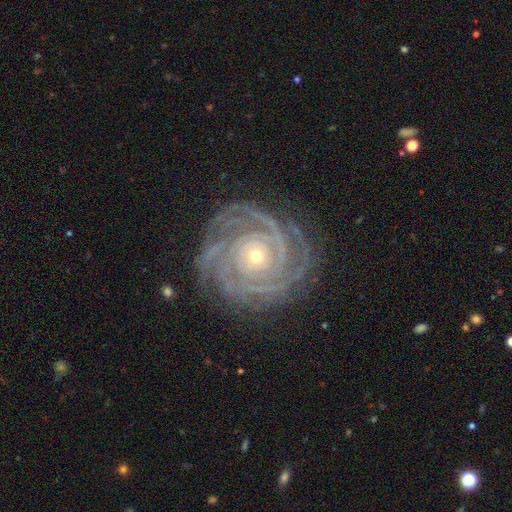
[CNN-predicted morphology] Smooth or featured: featured or disk — 91% (star or artifact — 6%)
Edge-on disk: no — 97% (yes — 3%)
Bar: no — 77% (weak — 14%)
Spiral arms: yes — 99% (no — 1%)
Spiral winding: tight — 85% (medium — 14%)
Spiral arm count: 4 — 27% (3 — 24%)
Bulge size: small — 72% (moderate — 25%)
Merging: none — 82% (minor disturbance — 13%)